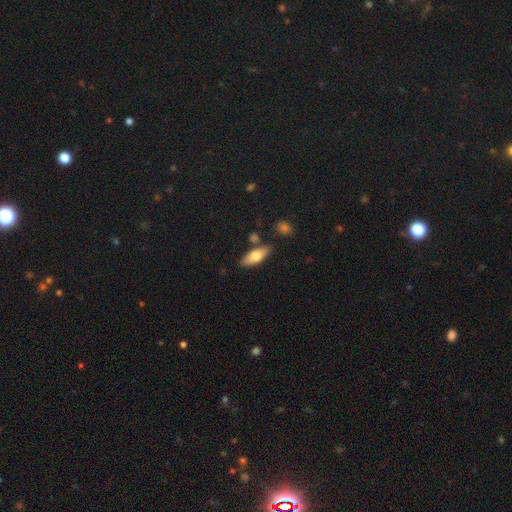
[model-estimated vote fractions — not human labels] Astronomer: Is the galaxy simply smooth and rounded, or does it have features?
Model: smooth — 68%.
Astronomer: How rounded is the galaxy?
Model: in between — 68%.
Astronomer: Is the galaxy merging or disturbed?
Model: none — 78%.